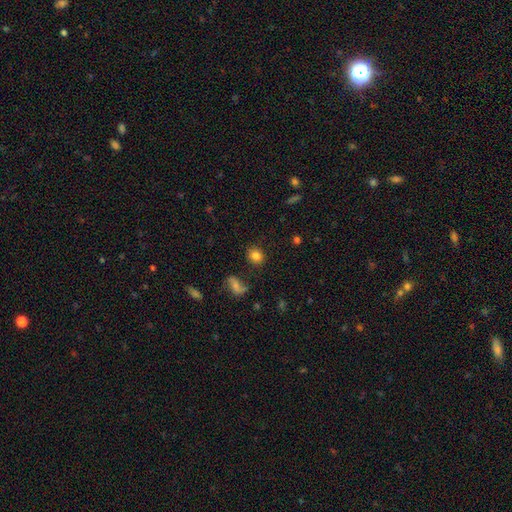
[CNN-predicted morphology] Smooth or featured? Predicted: smooth (p=0.82). How rounded? Predicted: round (p=0.73). Merging? Predicted: none (p=0.83).